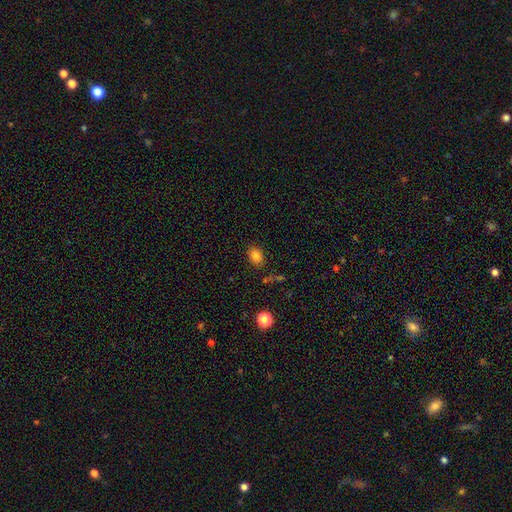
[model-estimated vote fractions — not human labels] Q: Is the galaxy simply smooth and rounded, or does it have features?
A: smooth — 81%.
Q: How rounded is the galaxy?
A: in between — 64%.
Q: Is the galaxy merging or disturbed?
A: none — 82%.